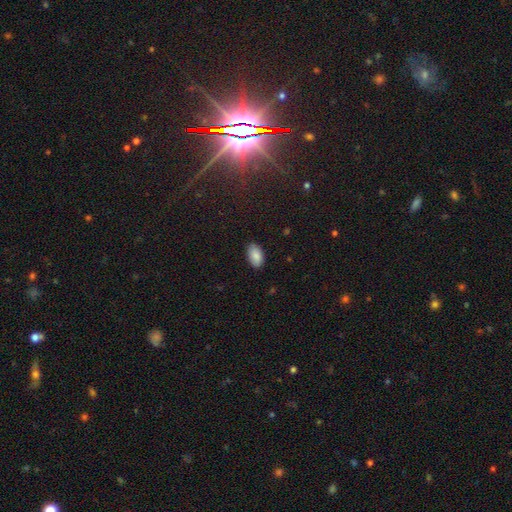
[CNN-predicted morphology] This appears to be a smooth galaxy with no disk features (87%) that is in between round and cigar-shaped (95%). Merging: none (84%).